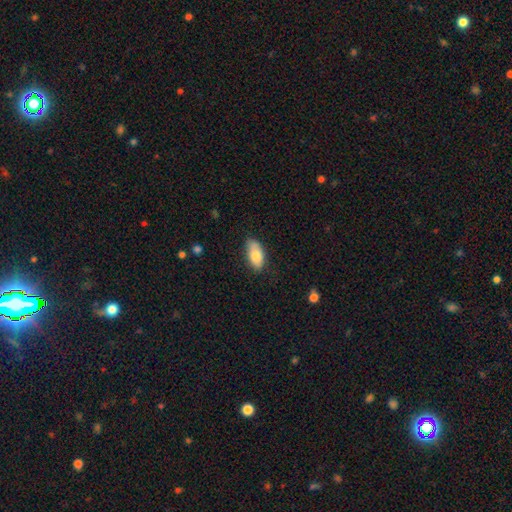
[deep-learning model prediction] The model was most divided on "merging": none: 71%, minor disturbance: 23%, major disturbance: 4%, merger: 2%. More confident: how rounded — in between (90%); smooth or featured — smooth (79%).